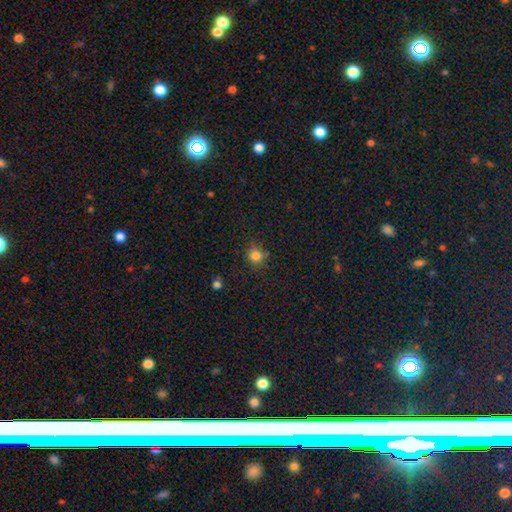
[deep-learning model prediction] Overall: smooth (81%). How rounded: round (88%). Merging: none (79%).